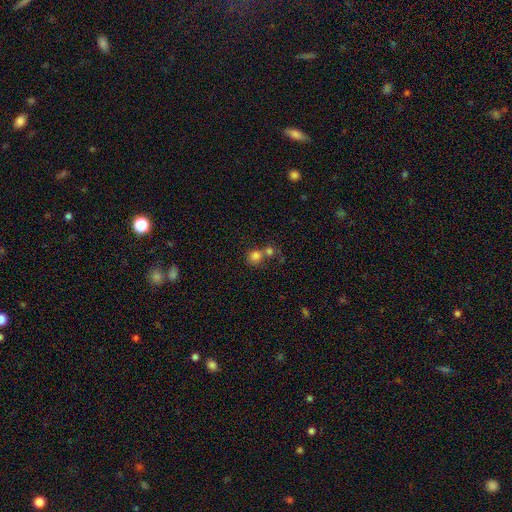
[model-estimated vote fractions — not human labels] This is likely a smooth galaxy (79%). How rounded: clearly round (83%). Merging: possibly none (45%).